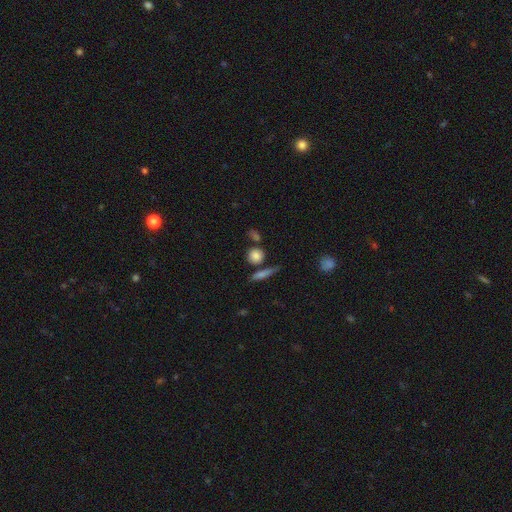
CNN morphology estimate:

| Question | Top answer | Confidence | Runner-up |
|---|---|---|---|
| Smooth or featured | smooth | 82% | star or artifact (10%) |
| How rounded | round | 80% | in between (15%) |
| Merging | none | 72% | merger (13%) |